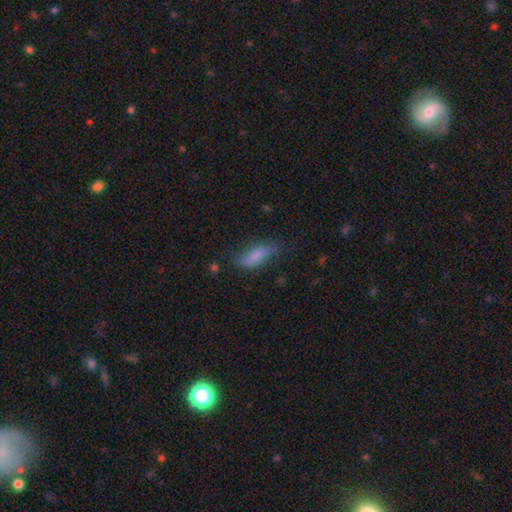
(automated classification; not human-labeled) Morphology: type=smooth (79%); roundness=in between (63%); merging=none (63%).